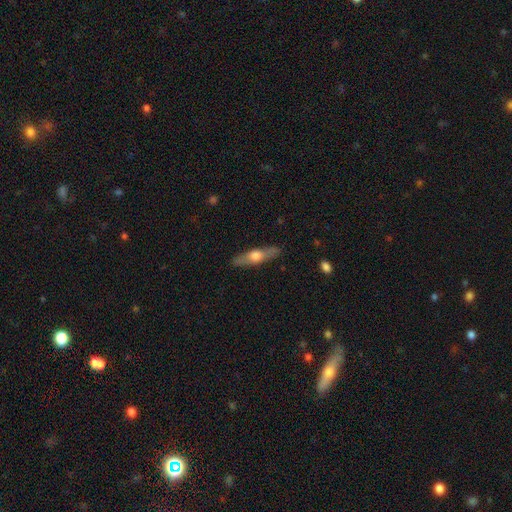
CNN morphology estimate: Smooth or featured? Predicted: featured or disk (p=0.53). Edge-on disk? Predicted: yes (p=0.88). Merging? Predicted: none (p=0.88).